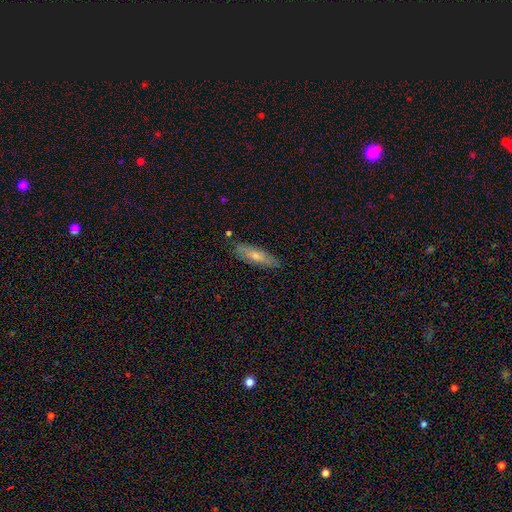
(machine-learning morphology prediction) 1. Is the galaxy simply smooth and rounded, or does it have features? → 52% smooth, 40% featured or disk, 8% star or artifact.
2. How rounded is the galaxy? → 68% cigar-shaped, 30% in between, 2% round.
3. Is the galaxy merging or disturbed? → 84% none, 12% minor disturbance, 2% major disturbance, 2% merger.